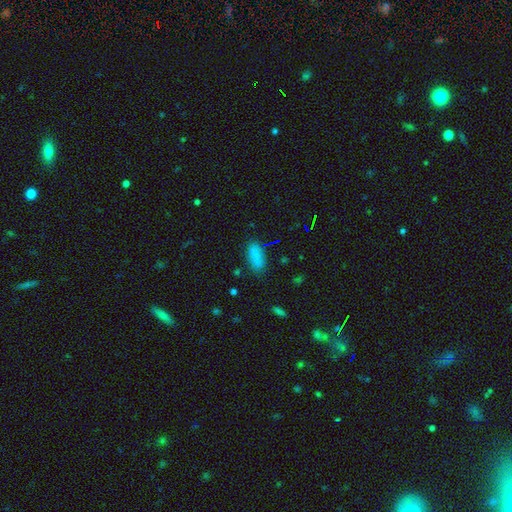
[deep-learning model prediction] The model was most divided on "merging": none: 78%, minor disturbance: 15%, major disturbance: 4%, merger: 2%. More confident: how rounded — in between (85%); smooth or featured — smooth (83%).